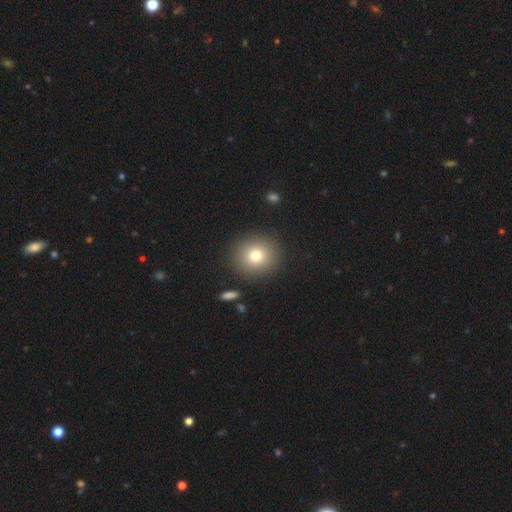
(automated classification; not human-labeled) Smooth or featured: smooth — 77% (star or artifact — 12%)
How rounded: round — 88% (in between — 11%)
Merging: none — 89% (minor disturbance — 6%)